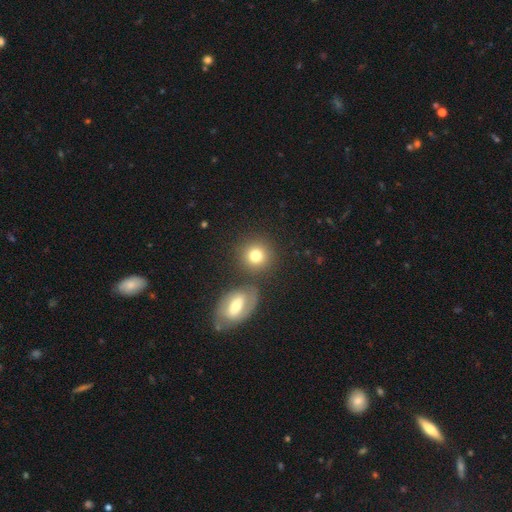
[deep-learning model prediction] Q: Smooth or featured?
A: smooth (76%); runner-up: featured or disk (14%)
Q: How rounded?
A: round (87%); runner-up: in between (12%)
Q: Merging?
A: none (69%); runner-up: merger (18%)